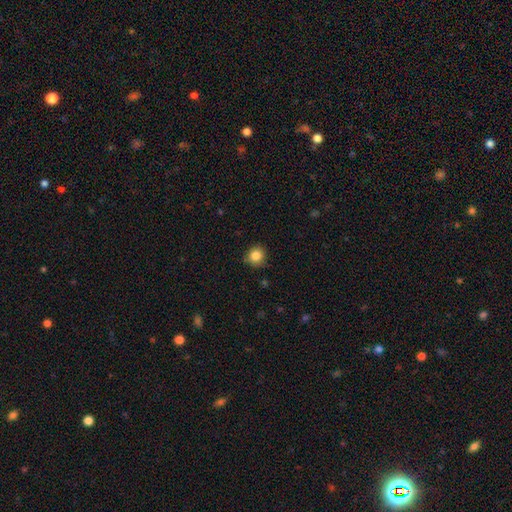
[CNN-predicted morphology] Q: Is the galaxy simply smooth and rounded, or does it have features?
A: smooth — 84%.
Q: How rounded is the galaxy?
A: round — 88%.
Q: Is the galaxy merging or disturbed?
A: none — 84%.